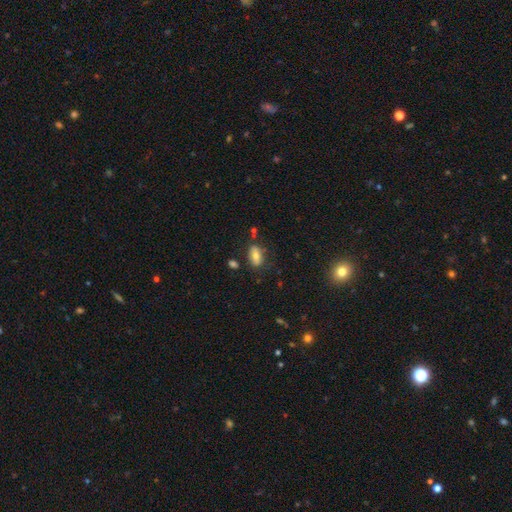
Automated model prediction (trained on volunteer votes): Smooth or featured: smooth — 72% (featured or disk — 19%)
How rounded: in between — 88% (round — 6%)
Merging: none — 71% (minor disturbance — 19%)